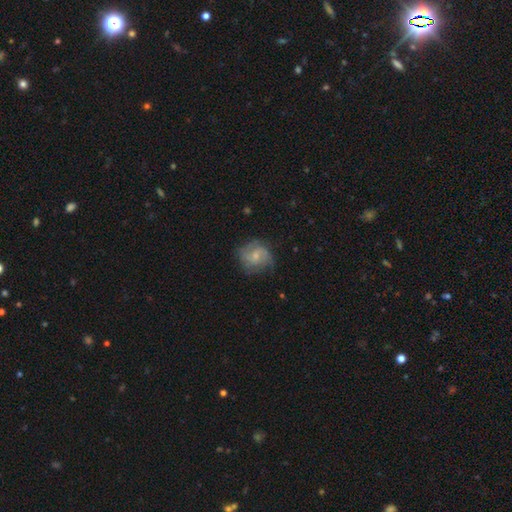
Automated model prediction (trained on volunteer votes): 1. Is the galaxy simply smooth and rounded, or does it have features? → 64% featured or disk, 29% smooth, 7% star or artifact.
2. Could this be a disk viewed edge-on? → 98% no, 2% yes.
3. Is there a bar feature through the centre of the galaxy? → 59% no, 36% weak, 5% strong.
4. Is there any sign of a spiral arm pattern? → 89% yes, 11% no.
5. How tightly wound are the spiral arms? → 46% medium, 34% tight, 20% loose.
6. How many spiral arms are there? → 49% 2, 23% can't tell, 17% 3, 4% 1, 4% 4, 3% more than 4.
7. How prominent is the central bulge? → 56% small, 33% moderate, 7% none, 2% large, 1% dominant.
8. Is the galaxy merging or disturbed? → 69% none, 21% minor disturbance, 9% major disturbance, 1% merger.